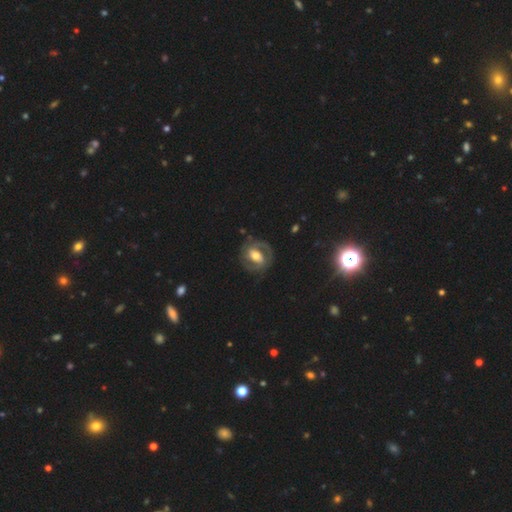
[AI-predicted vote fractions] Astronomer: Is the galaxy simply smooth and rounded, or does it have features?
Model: featured or disk — 72%.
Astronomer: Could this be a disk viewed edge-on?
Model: no — 96%.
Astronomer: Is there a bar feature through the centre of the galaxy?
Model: weak — 38% (runner-up: no, 32%).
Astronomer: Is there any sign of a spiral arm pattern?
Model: yes — 72%.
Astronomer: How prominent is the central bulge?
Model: moderate — 63%.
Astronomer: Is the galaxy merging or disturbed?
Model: none — 74%.